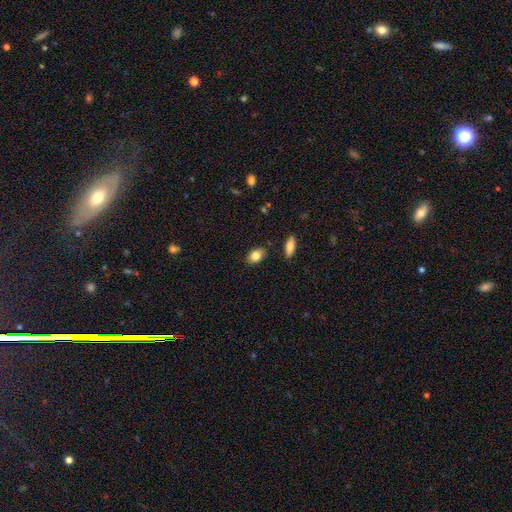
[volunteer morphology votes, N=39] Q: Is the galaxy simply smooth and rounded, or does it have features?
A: smooth — 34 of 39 (87%).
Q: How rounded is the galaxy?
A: in between — 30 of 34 (88%).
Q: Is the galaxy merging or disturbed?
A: none — 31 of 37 (84%).